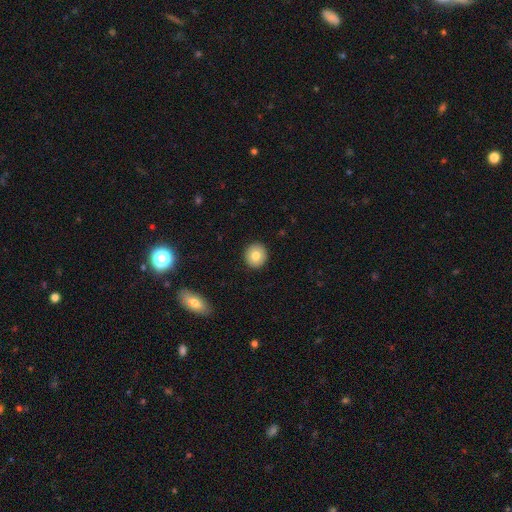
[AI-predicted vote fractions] Smooth or featured? Predicted: smooth (p=0.79). How rounded? Predicted: round (p=0.91). Merging? Predicted: none (p=0.93).